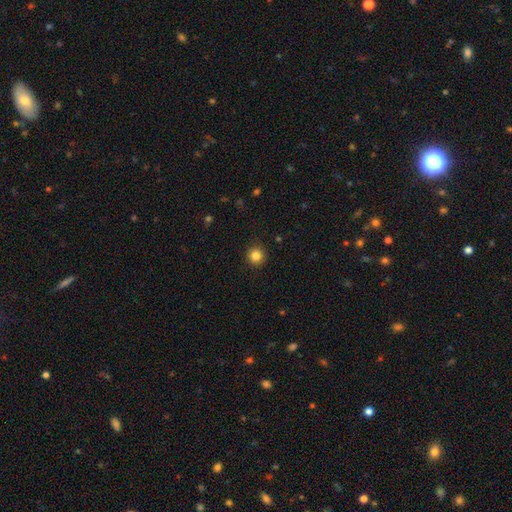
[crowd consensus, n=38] Volunteers were most divided on "smooth or featured": smooth: 87%, star or artifact: 8%, featured or disk: 5%. More confident: merging — none (91%); how rounded — round (91%).